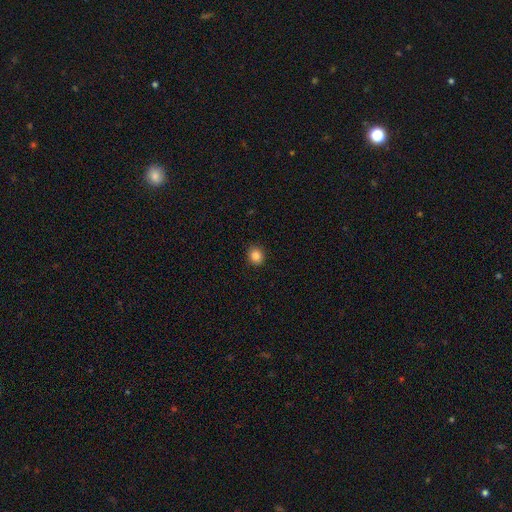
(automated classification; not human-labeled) smooth_or_featured: smooth (p=0.86) [alt: star or artifact p=0.10]
how_rounded: round (p=0.73) [alt: in between p=0.26]
merging: none (p=0.89) [alt: minor disturbance p=0.08]